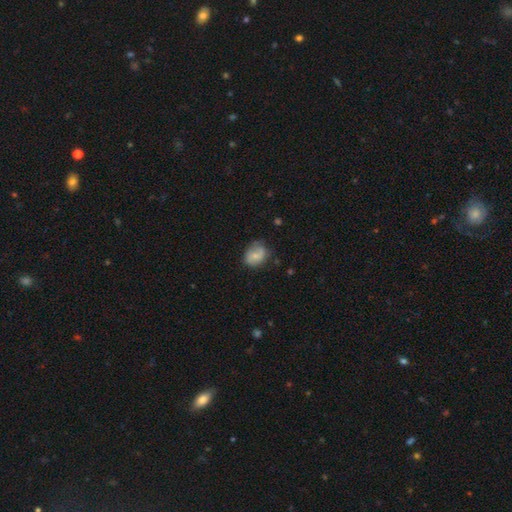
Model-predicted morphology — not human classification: Smooth or featured?
  - smooth: 67% *
  - featured or disk: 24%
  - star or artifact: 8%
How rounded?
  - in between: 54% *
  - round: 45%
  - cigar-shaped: 1%
Merging?
  - none: 58% *
  - minor disturbance: 29%
  - major disturbance: 9%
  - merger: 3%